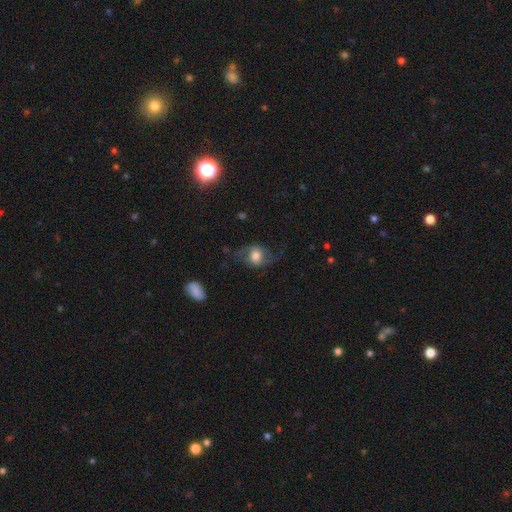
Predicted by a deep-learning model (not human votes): Morphology: type=featured or disk (54%); edge-on=no (91%); merging=none (57%).